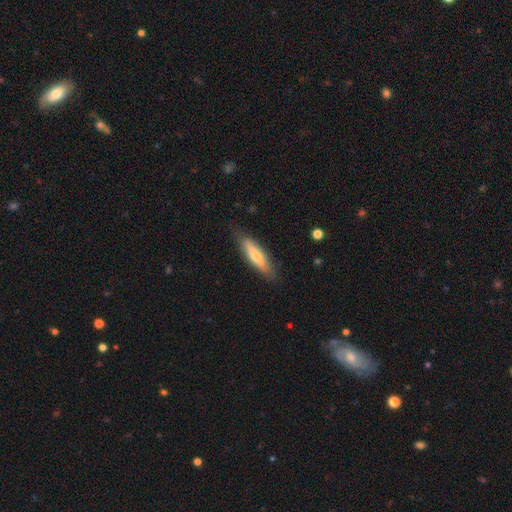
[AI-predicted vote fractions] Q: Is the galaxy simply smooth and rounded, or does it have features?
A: smooth — 61%.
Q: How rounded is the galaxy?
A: cigar-shaped — 70%.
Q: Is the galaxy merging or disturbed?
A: none — 82%.